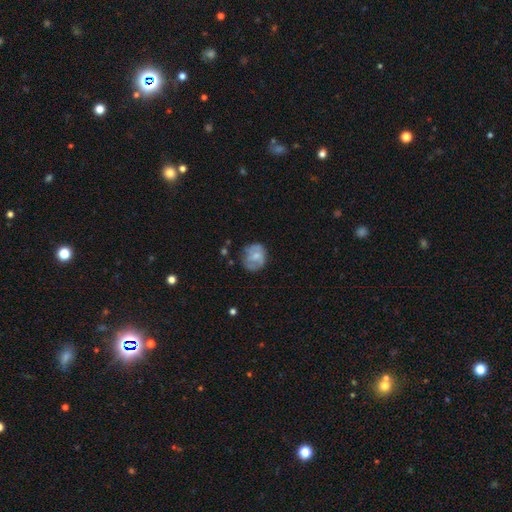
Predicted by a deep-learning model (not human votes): Q: Smooth or featured?
A: smooth (47%); runner-up: featured or disk (45%)
Q: Merging?
A: none (63%); runner-up: minor disturbance (24%)